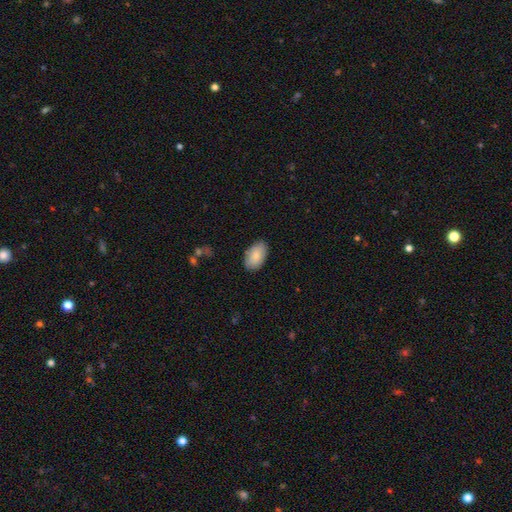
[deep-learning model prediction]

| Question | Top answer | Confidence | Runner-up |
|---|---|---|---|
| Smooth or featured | smooth | 84% | featured or disk (10%) |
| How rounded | in between | 94% | round (5%) |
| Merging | none | 84% | minor disturbance (13%) |